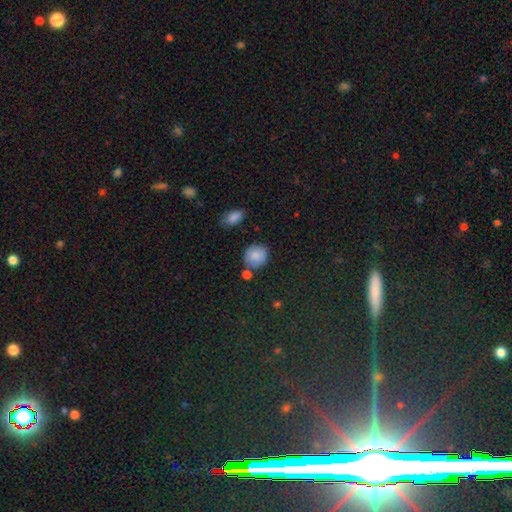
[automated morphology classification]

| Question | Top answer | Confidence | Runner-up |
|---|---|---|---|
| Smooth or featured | smooth | 82% | featured or disk (9%) |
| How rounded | round | 78% | in between (20%) |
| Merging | none | 70% | minor disturbance (17%) |